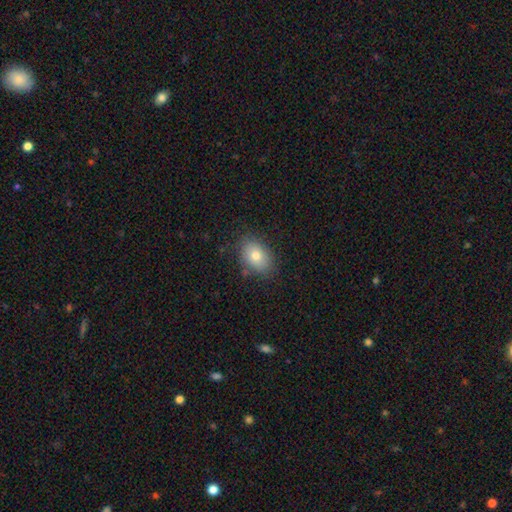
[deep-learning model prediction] Morphology: type=smooth (76%); roundness=in between (74%); merging=none (82%).